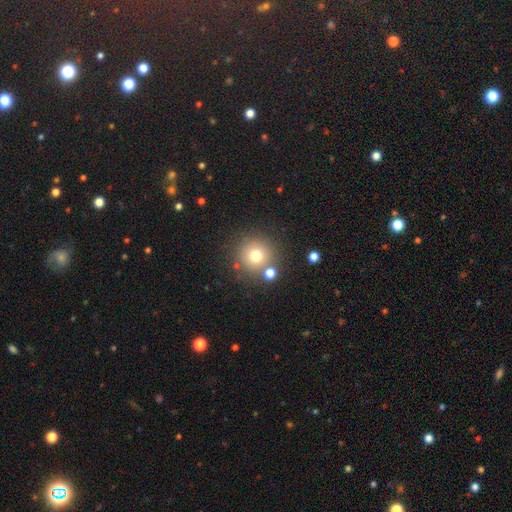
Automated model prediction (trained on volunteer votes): Morphology: type=smooth (73%); roundness=round (94%); merging=none (77%).